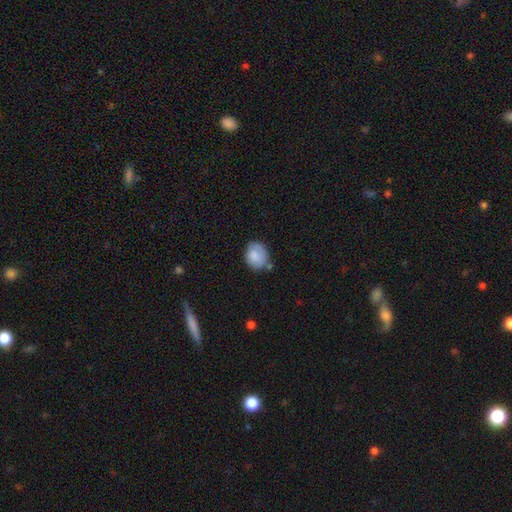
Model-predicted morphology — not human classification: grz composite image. It shows a smooth galaxy with no disk features (81%) that is round (54%). Merging: none (58%).